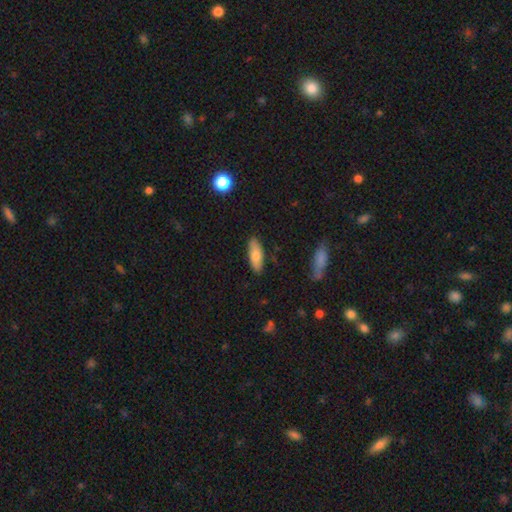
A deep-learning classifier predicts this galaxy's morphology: Smooth or featured?
  - smooth: 78% *
  - featured or disk: 16%
  - star or artifact: 6%
How rounded?
  - in between: 69% *
  - cigar-shaped: 29%
  - round: 2%
Merging?
  - none: 86% *
  - minor disturbance: 11%
  - major disturbance: 2%
  - merger: 2%